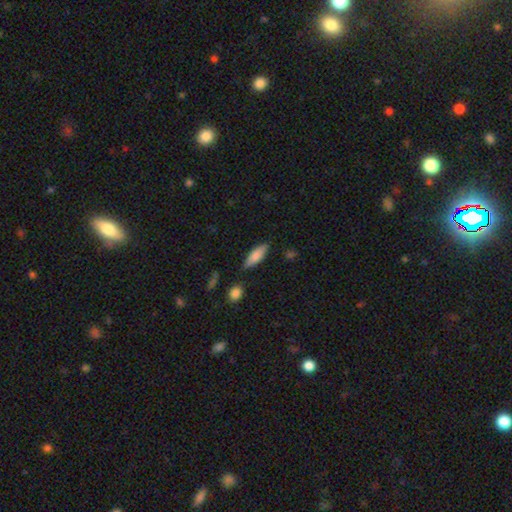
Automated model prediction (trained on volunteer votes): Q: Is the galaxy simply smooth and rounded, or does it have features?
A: smooth — 79%.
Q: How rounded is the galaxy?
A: in between — 56%.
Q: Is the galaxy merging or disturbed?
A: none — 77%.